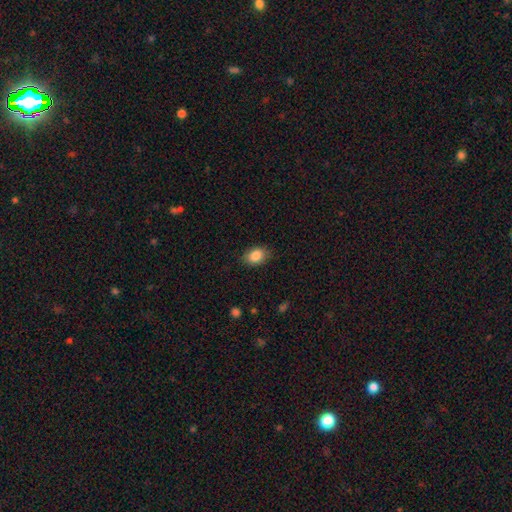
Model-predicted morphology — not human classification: A smooth galaxy with no disk features (86%) that is in between round and cigar-shaped (78%).

Vote fractions:
- Smooth or featured? smooth: 86% / star or artifact: 8% / featured or disk: 6%
- How rounded? in between: 78% / round: 21% / cigar-shaped: 1%
- Merging? none: 83% / minor disturbance: 13% / major disturbance: 3% / merger: 1%